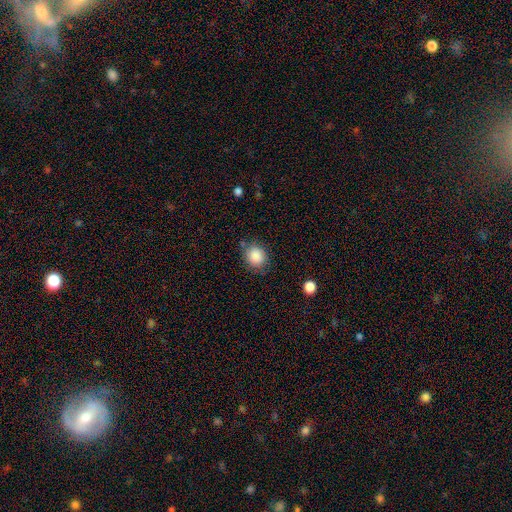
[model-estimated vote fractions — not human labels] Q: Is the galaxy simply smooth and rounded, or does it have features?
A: smooth — 87%.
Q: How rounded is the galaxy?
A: round — 71%.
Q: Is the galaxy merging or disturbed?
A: none — 77%.